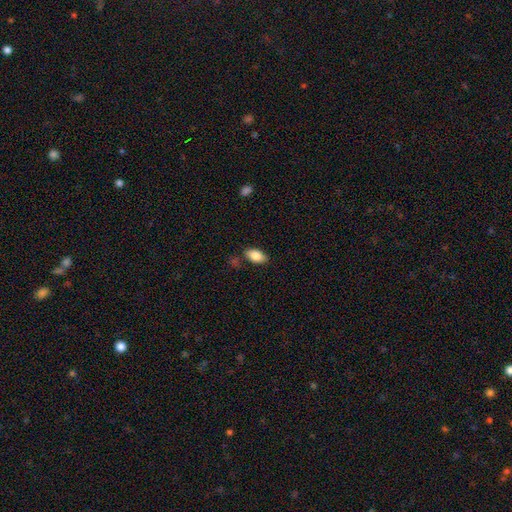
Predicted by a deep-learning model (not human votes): This is clearly a smooth galaxy (85%). How rounded: clearly in between (92%). Merging: likely none (79%).